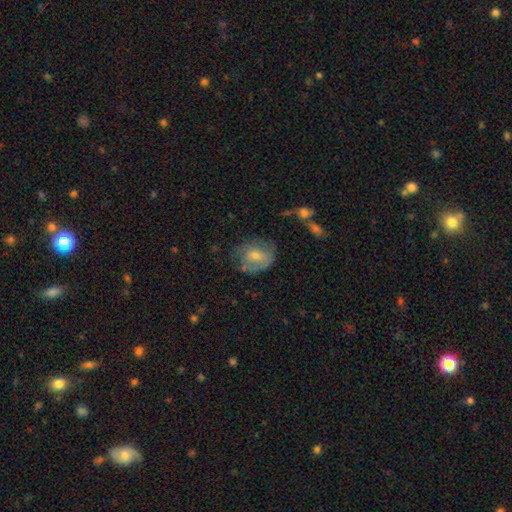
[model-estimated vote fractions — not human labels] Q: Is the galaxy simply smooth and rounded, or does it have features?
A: smooth — 47%.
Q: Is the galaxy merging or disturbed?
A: none — 56%.